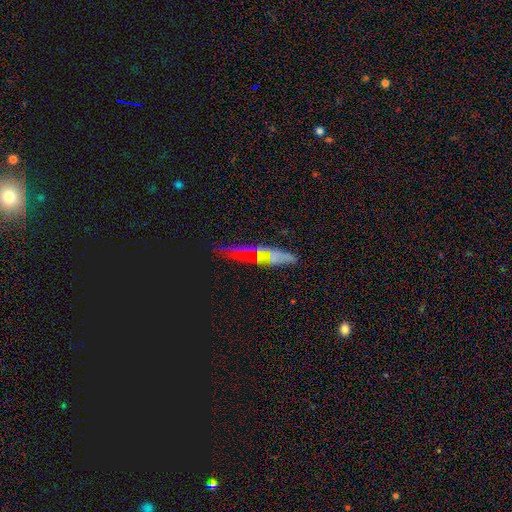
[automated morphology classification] Smooth or featured? Predicted: smooth (p=0.35). Merging? Predicted: none (p=0.61).